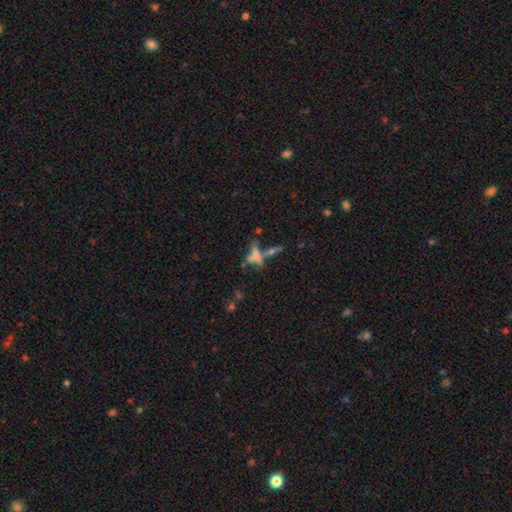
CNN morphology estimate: type=smooth (40%); merging=merger (39%).